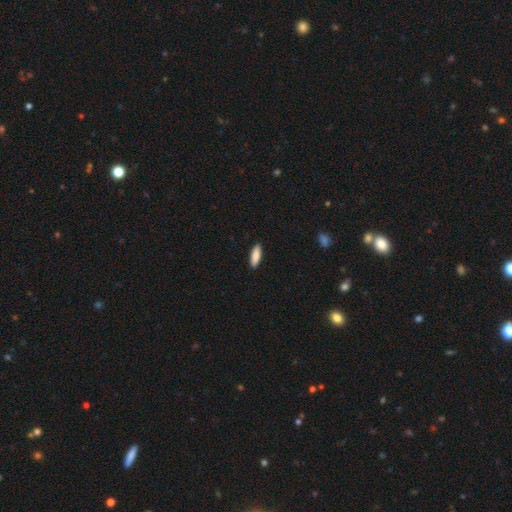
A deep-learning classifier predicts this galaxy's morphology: type=smooth (87%); roundness=cigar-shaped (50%); merging=none (90%).